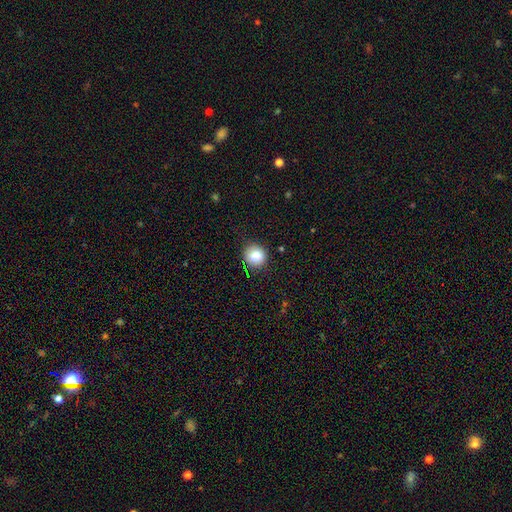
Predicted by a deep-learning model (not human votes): Smooth or featured? smooth (83%)
How rounded? round (90%)
Merging? none (86%)